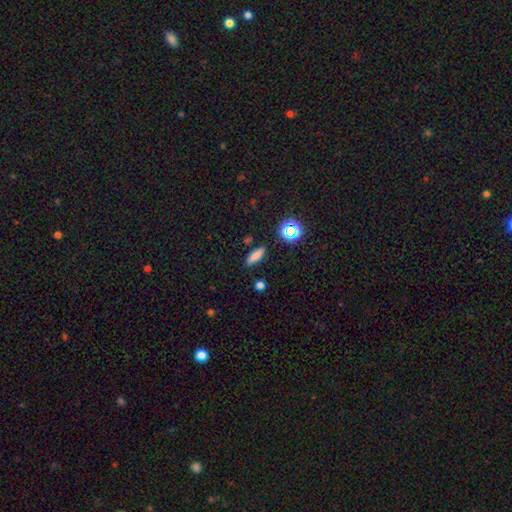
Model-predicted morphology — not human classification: A smooth galaxy with no disk features (77%) that is cigar-shaped (54%). Merging: none (85%).